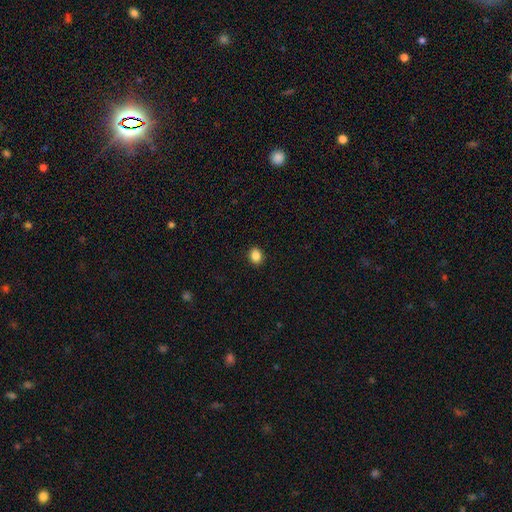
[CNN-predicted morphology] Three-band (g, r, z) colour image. It shows a smooth galaxy with no disk features (86%) that is round (56%). Merging: none (91%).